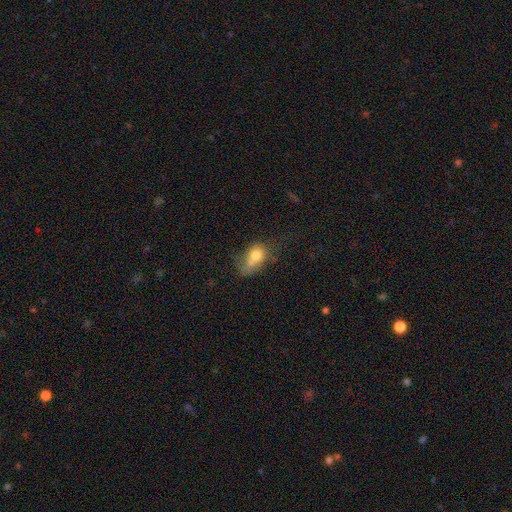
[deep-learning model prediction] A smooth galaxy with no disk features (69%) that is in between round and cigar-shaped (58%).

Vote fractions:
- Smooth or featured? smooth: 69% / featured or disk: 21% / star or artifact: 10%
- How rounded? in between: 58% / round: 40% / cigar-shaped: 2%
- Merging? merger: 46% / none: 23% / minor disturbance: 16% / major disturbance: 15%